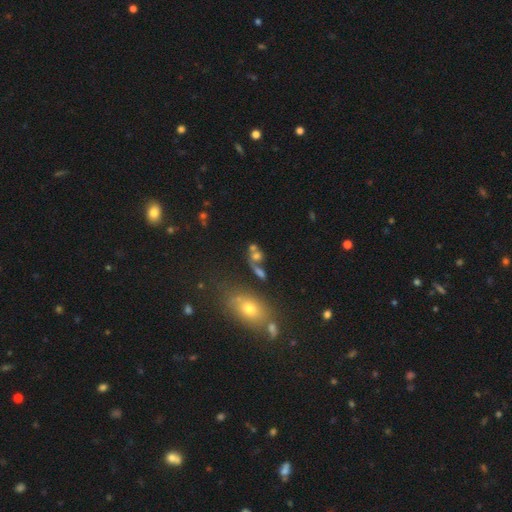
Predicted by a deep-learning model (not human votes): This is possibly a smooth galaxy (56%). How rounded: possibly in between (53%). Merging: marginally merger (40%).